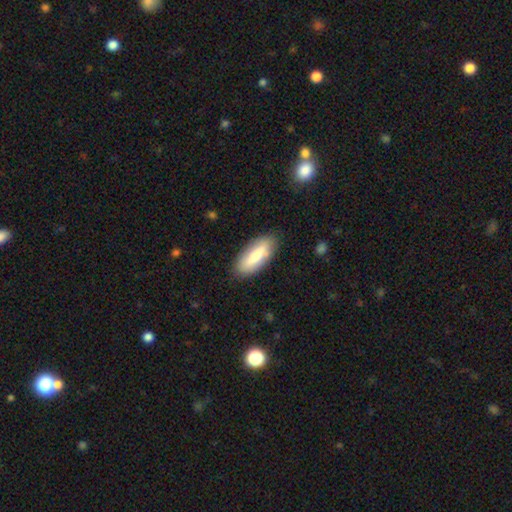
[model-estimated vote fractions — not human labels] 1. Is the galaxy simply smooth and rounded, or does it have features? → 68% smooth, 26% featured or disk, 6% star or artifact.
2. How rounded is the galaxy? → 73% in between, 25% cigar-shaped, 2% round.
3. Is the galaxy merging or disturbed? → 84% none, 12% minor disturbance, 3% major disturbance, 1% merger.